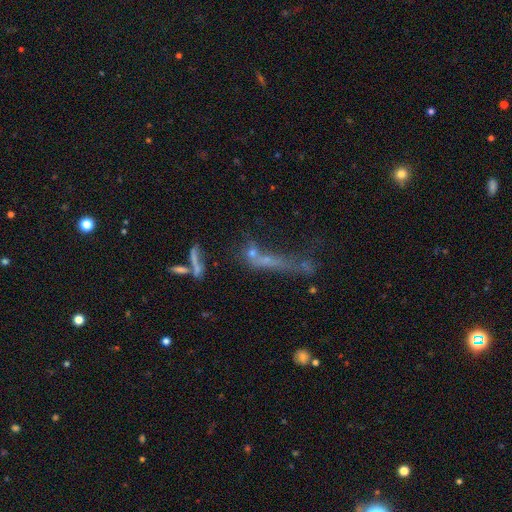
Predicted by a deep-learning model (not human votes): Smooth or featured: smooth — 41% (featured or disk — 34%)
Merging: merger — 39% (none — 25%)